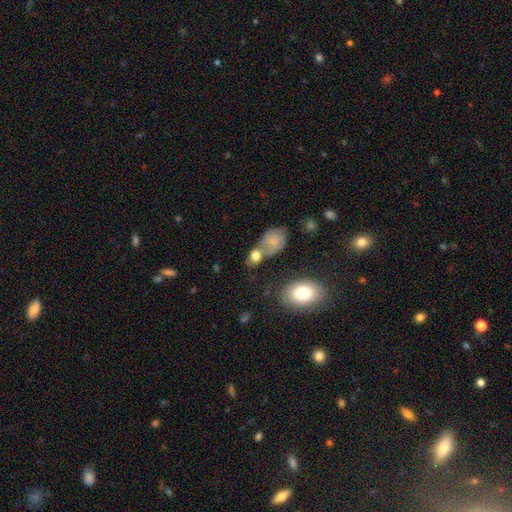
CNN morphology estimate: smooth_or_featured: smooth (p=0.73) [alt: featured or disk p=0.16]
how_rounded: in between (p=0.52) [alt: round p=0.45]
merging: merger (p=0.39) [alt: none p=0.38]